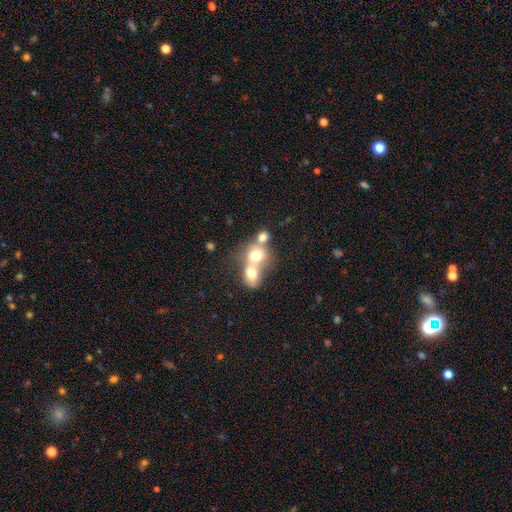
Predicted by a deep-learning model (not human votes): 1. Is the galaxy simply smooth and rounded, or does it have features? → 68% smooth, 21% featured or disk, 11% star or artifact.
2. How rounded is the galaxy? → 60% round, 39% in between, 1% cigar-shaped.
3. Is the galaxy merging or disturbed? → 70% merger, 20% none, 6% minor disturbance, 4% major disturbance.